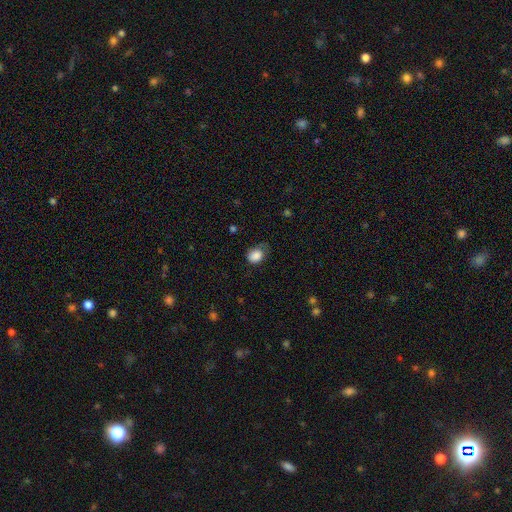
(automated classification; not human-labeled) Smooth or featured? Predicted: smooth (p=0.85). How rounded? Predicted: in between (p=0.59). Merging? Predicted: none (p=0.45).